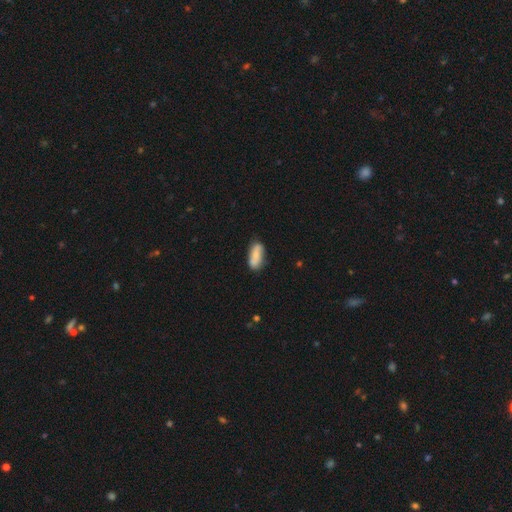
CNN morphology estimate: A smooth galaxy with no disk features (66%) that is in between round and cigar-shaped (78%). Merging: none (72%).